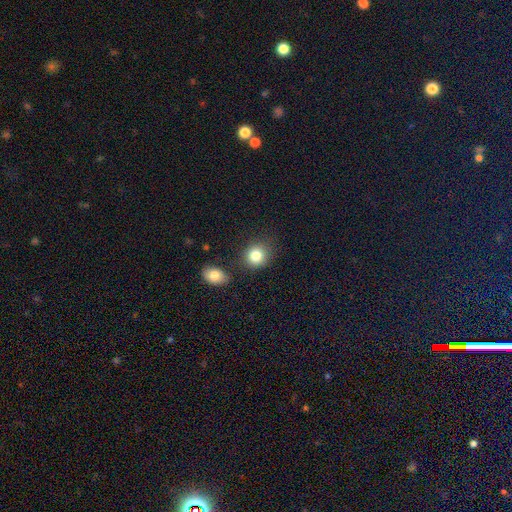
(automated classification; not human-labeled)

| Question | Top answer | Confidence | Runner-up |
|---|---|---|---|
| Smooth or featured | smooth | 82% | star or artifact (10%) |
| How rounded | round | 75% | in between (24%) |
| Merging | none | 75% | minor disturbance (12%) |